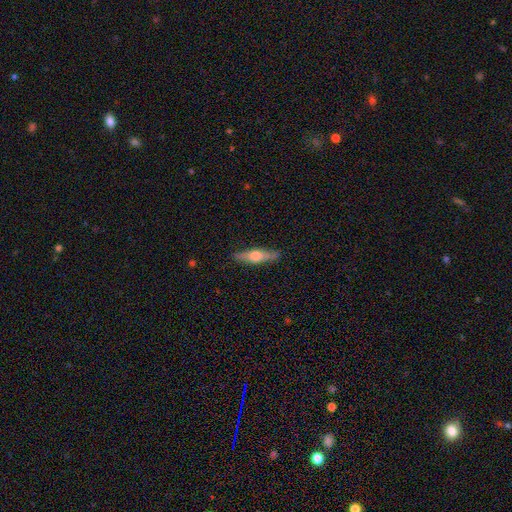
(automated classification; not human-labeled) This appears to be a featured or disk galaxy (59%) viewed edge-on (95%) with a rounded central bulge (90%). Merging: none (88%).